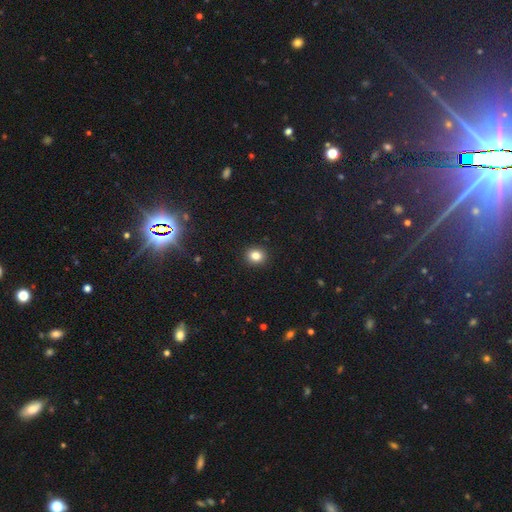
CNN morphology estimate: Overall: smooth (83%). How rounded: round (71%). Merging: none (91%).